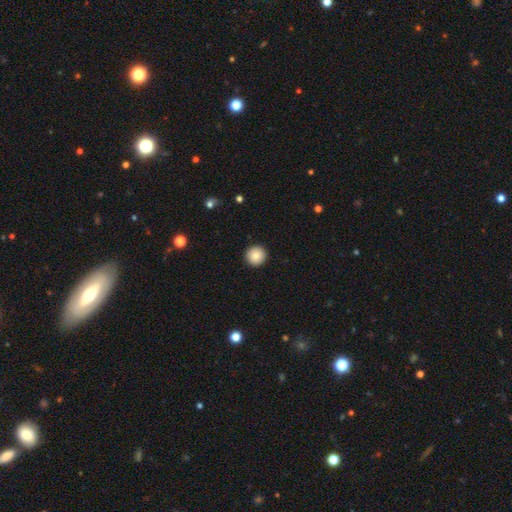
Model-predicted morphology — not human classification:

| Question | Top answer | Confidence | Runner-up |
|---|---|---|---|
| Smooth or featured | smooth | 85% | star or artifact (8%) |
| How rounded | round | 96% | in between (3%) |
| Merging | none | 93% | minor disturbance (4%) |